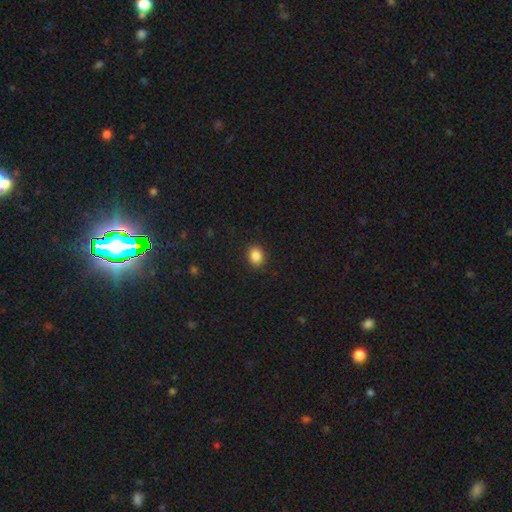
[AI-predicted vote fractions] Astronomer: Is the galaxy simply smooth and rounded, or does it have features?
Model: smooth — 87%.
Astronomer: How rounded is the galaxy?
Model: in between — 50% (runner-up: round, 49%).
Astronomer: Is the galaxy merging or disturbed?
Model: none — 90%.